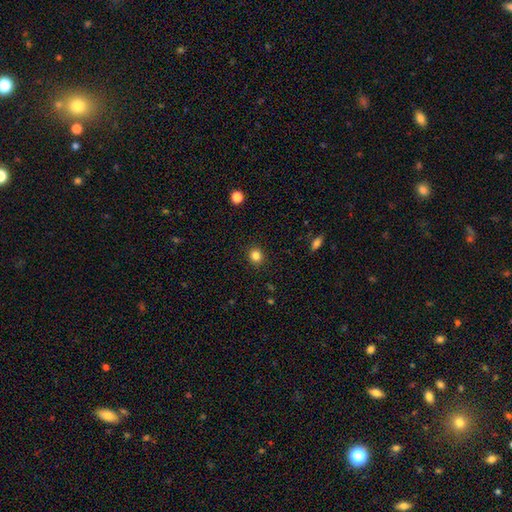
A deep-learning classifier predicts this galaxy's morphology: smooth-or-featured: smooth: 83% | star or artifact: 12% | featured or disk: 5%
  how-rounded: round: 81% | in between: 18% | cigar-shaped: 1%
  merging: none: 90% | minor disturbance: 7% | major disturbance: 2% | merger: 1%